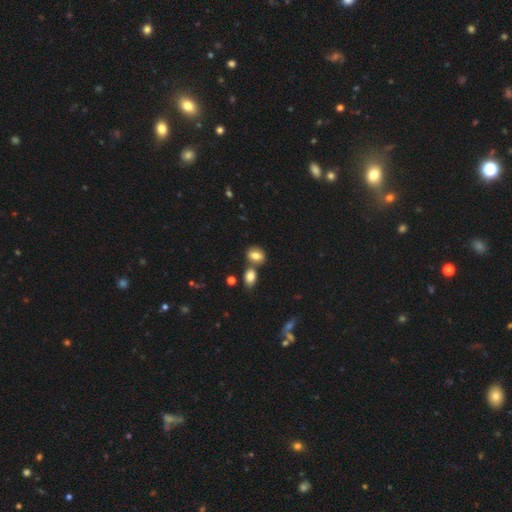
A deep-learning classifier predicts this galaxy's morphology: Smooth or featured? smooth (78%)
How rounded? in between (66%)
Merging? none (58%)